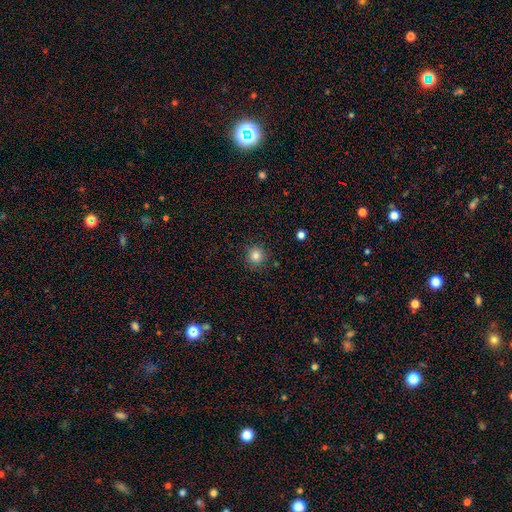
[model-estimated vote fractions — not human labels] Overall: smooth (83%). How rounded: round (93%). Merging: none (88%).